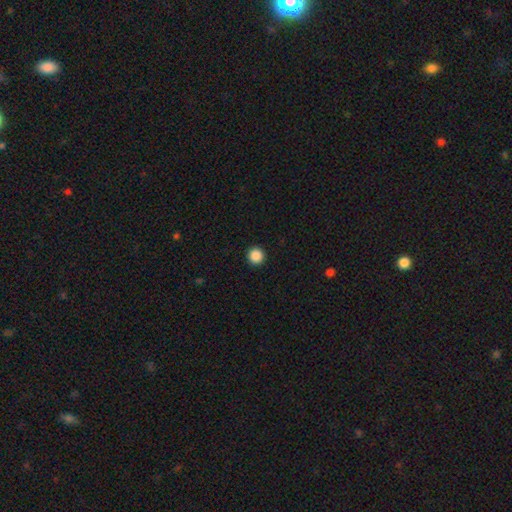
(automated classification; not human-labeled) smooth-or-featured: smooth: 88% | star or artifact: 10% | featured or disk: 3%
  how-rounded: round: 96% | in between: 3% | cigar-shaped: 1%
  merging: none: 93% | minor disturbance: 4% | major disturbance: 2% | merger: 1%